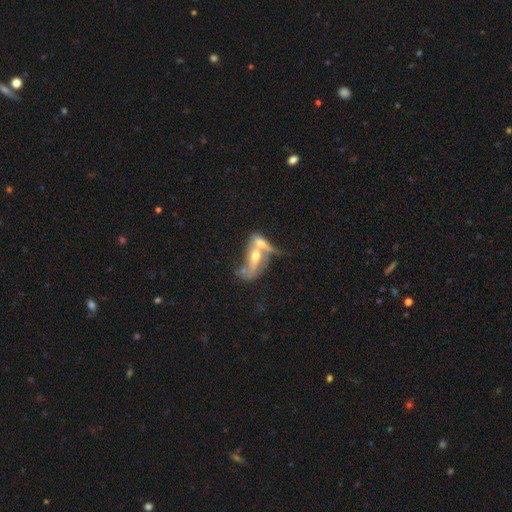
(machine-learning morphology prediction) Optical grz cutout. It shows a featured or disk galaxy (60%). Merging: merger (65%).